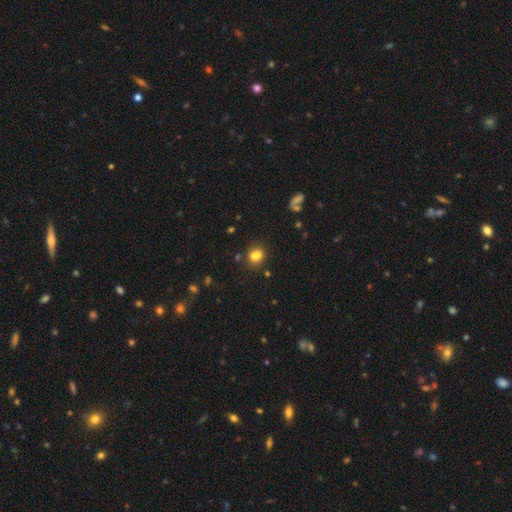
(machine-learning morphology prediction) Smooth or featured? Predicted: smooth (p=0.81). How rounded? Predicted: round (p=0.55). Merging? Predicted: none (p=0.73).